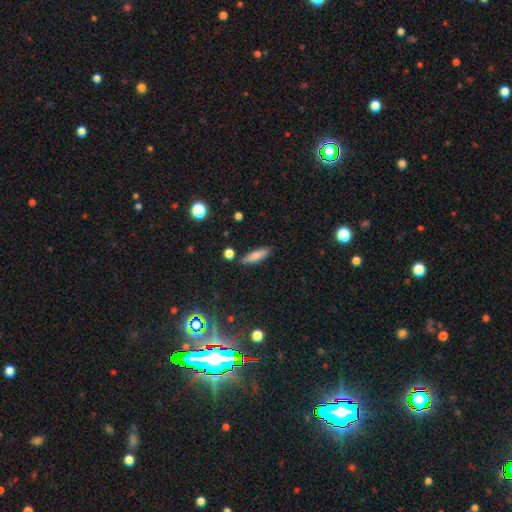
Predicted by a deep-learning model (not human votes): smooth-or-featured: smooth: 79% | featured or disk: 13% | star or artifact: 8%
  how-rounded: cigar-shaped: 57% | in between: 40% | round: 2%
  merging: none: 84% | minor disturbance: 11% | merger: 3% | major disturbance: 2%